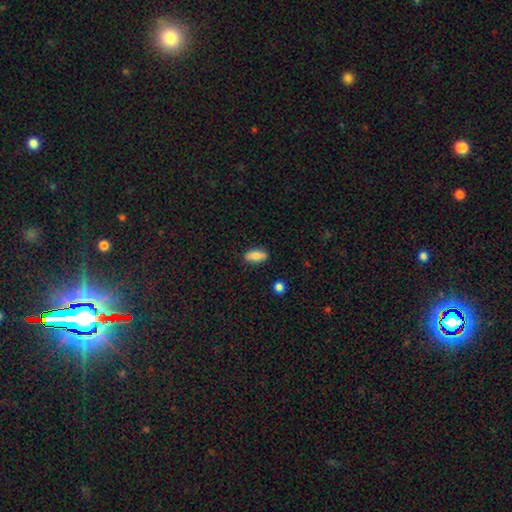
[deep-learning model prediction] smooth_or_featured: smooth (p=0.81) [alt: featured or disk p=0.12]
how_rounded: in between (p=0.80) [alt: cigar-shaped p=0.16]
merging: none (p=0.86) [alt: minor disturbance p=0.10]